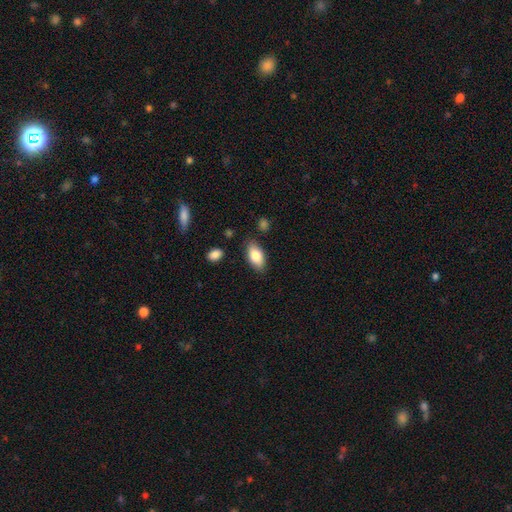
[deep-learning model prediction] This is clearly a smooth galaxy (81%). How rounded: clearly in between (91%). Merging: clearly none (83%).